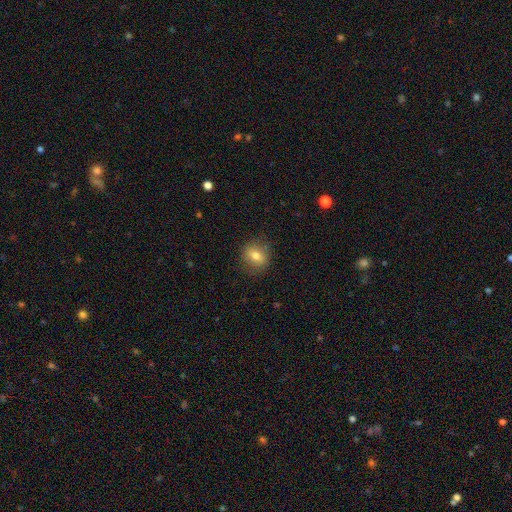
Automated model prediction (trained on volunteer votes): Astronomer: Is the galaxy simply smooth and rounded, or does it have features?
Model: smooth — 75%.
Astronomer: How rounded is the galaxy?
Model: round — 61% (runner-up: in between, 37%).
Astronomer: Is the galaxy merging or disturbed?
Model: none — 79%.